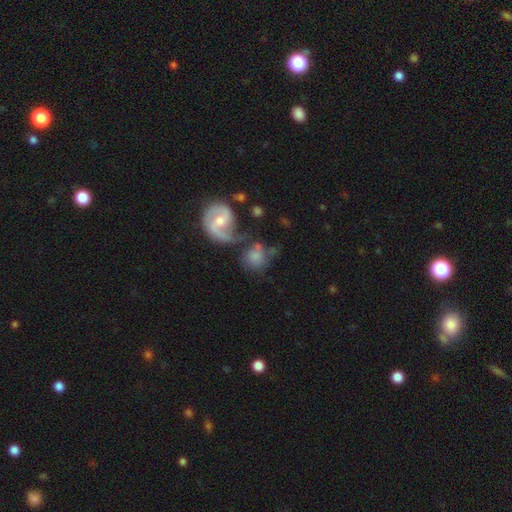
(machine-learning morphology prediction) type=smooth (52%); roundness=round (74%); merging=none (41%).